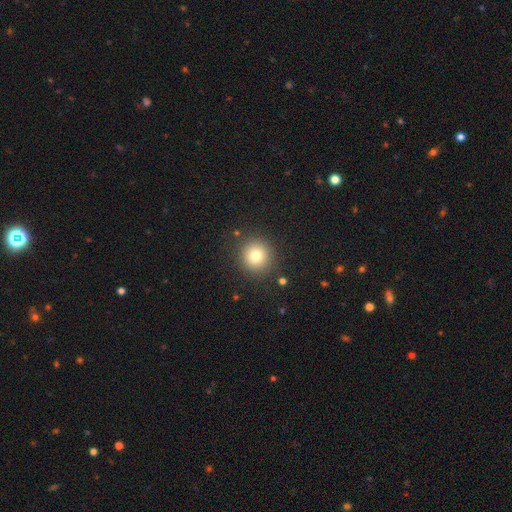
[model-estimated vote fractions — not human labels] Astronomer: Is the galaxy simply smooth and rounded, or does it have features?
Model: smooth — 77%.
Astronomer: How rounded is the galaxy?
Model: round — 94%.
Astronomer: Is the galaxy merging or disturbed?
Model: none — 89%.